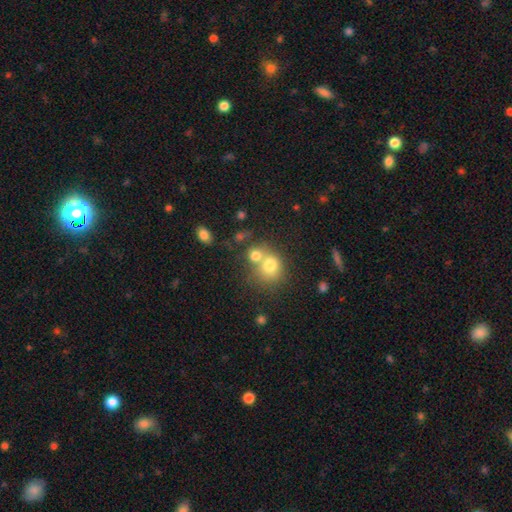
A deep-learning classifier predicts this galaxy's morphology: smooth-or-featured: smooth: 74% | featured or disk: 14% | star or artifact: 12%
  how-rounded: round: 71% | in between: 28% | cigar-shaped: 1%
  merging: merger: 55% | none: 33% | minor disturbance: 8% | major disturbance: 4%